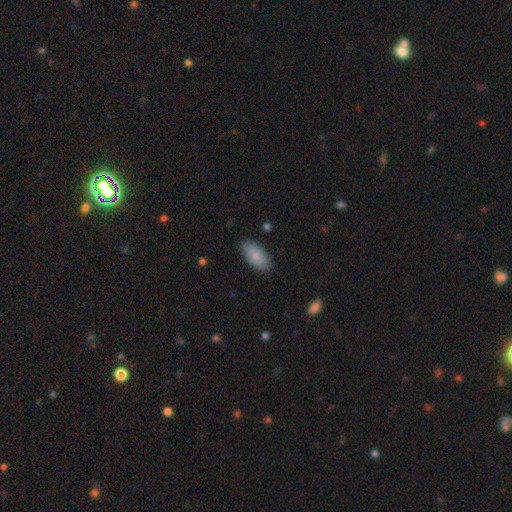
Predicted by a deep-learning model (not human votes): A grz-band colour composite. It shows a smooth galaxy with no disk features (84%) that is in between round and cigar-shaped (91%). Merging: none (84%).